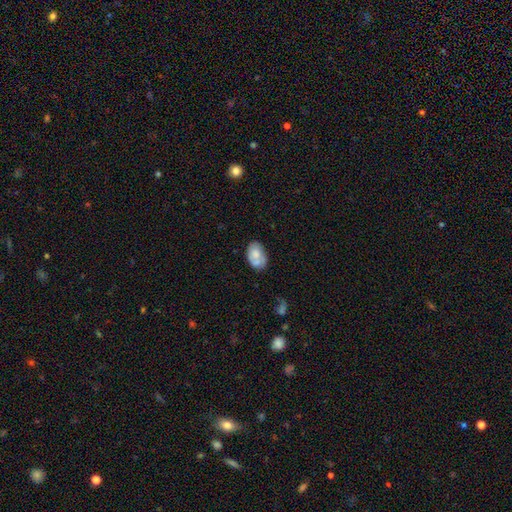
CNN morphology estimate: A smooth galaxy with no disk features (65%) that is in between round and cigar-shaped (88%).

Vote fractions:
- Smooth or featured? smooth: 65% / featured or disk: 28% / star or artifact: 7%
- How rounded? in between: 88% / round: 11% / cigar-shaped: 1%
- Merging? none: 54% / minor disturbance: 26% / merger: 13% / major disturbance: 7%